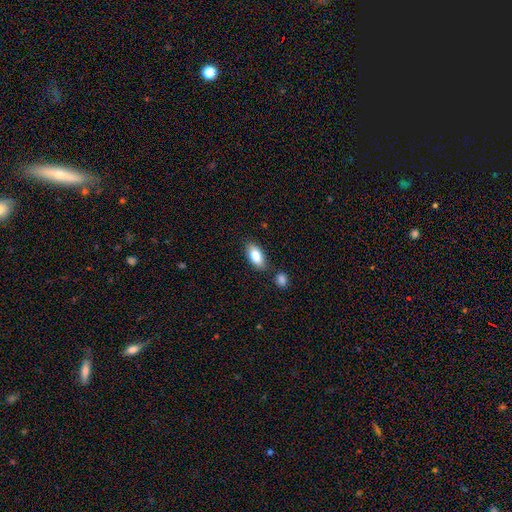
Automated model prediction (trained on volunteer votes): This appears to be a smooth galaxy with no disk features (84%) that is in between round and cigar-shaped (89%). Merging: none (78%).